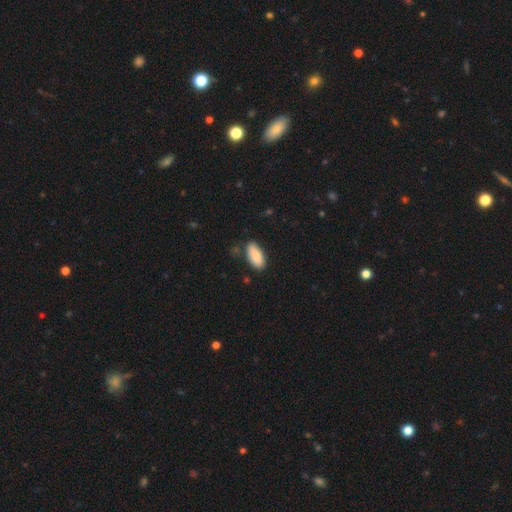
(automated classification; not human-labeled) The model was most divided on "merging": none: 78%, minor disturbance: 16%, major disturbance: 3%, merger: 2%. More confident: how rounded — in between (88%); smooth or featured — smooth (87%).